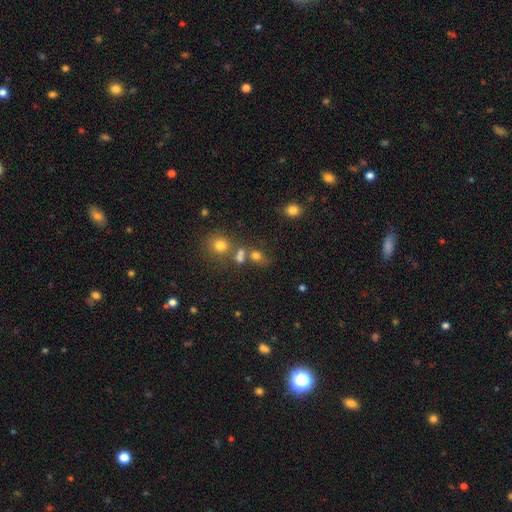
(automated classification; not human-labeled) This is likely a smooth galaxy (70%). How rounded: possibly in between (51%). Merging: marginally none (42%).